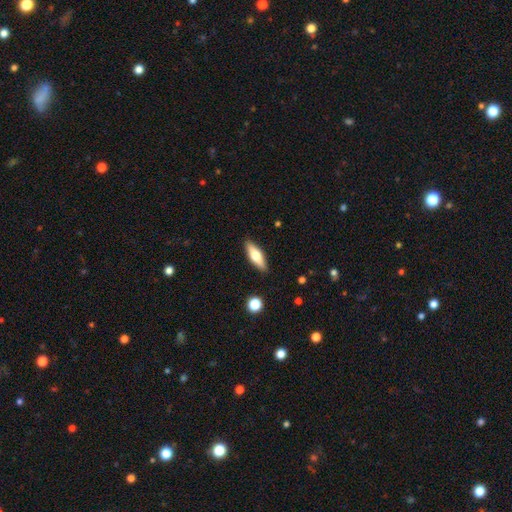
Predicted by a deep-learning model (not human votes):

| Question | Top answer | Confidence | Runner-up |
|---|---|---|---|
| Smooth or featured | smooth | 58% | featured or disk (36%) |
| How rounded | in between | 52% | cigar-shaped (46%) |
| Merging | none | 88% | minor disturbance (9%) |